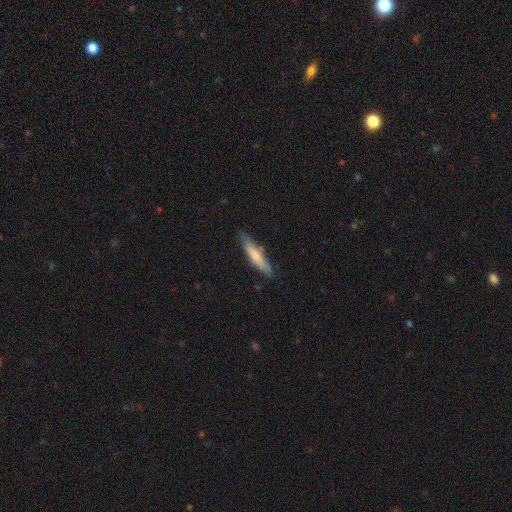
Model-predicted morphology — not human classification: Smooth or featured?
  - smooth: 68% *
  - featured or disk: 27%
  - star or artifact: 5%
How rounded?
  - cigar-shaped: 86% *
  - in between: 13%
  - round: 1%
Merging?
  - none: 78% *
  - minor disturbance: 17%
  - major disturbance: 3%
  - merger: 3%